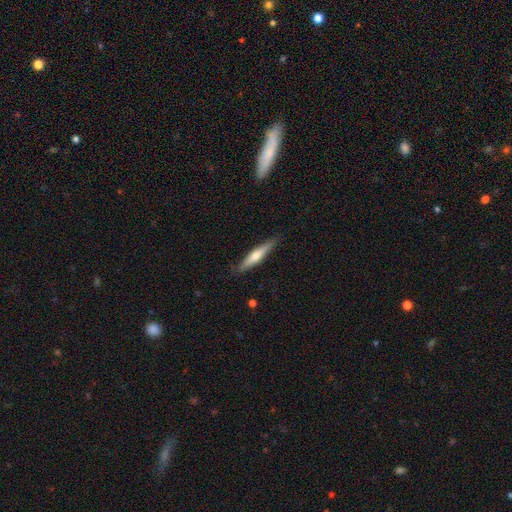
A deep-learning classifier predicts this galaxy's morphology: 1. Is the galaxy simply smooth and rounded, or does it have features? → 49% featured or disk, 45% smooth, 5% star or artifact.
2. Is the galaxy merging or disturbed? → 88% none, 9% minor disturbance, 2% major disturbance, 1% merger.